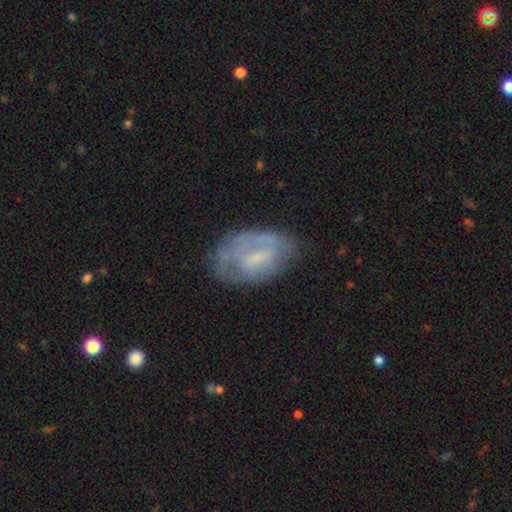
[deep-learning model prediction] This appears to be a featured or disk galaxy (53%) with a weak bar (44%), no spiral arms (58%) and a small central bulge (44%). Merging: none (55%).